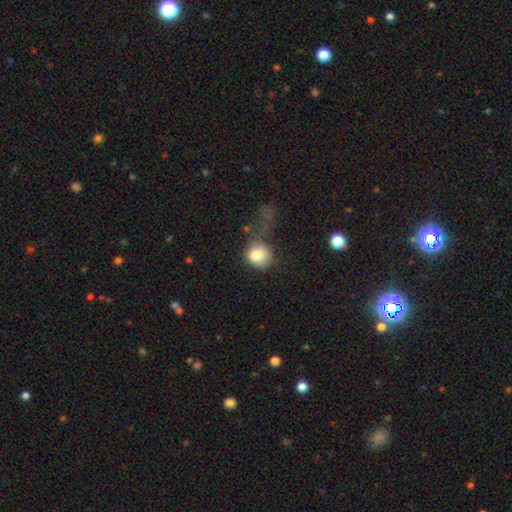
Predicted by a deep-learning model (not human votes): A smooth galaxy with no disk features (80%) that is round (72%).

Vote fractions:
- Smooth or featured? smooth: 80% / featured or disk: 11% / star or artifact: 9%
- How rounded? round: 72% / in between: 26% / cigar-shaped: 1%
- Merging? major disturbance: 43% / none: 26% / minor disturbance: 23% / merger: 8%